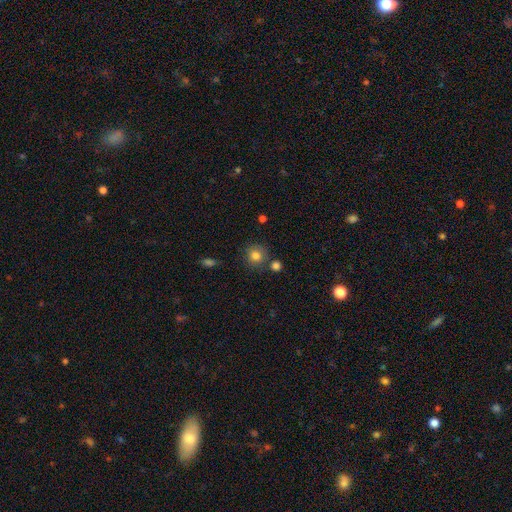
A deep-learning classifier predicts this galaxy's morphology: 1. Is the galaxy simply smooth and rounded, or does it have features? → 80% smooth, 11% star or artifact, 9% featured or disk.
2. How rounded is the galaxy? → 89% round, 10% in between, 1% cigar-shaped.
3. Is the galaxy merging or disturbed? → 77% none, 11% minor disturbance, 8% merger, 3% major disturbance.